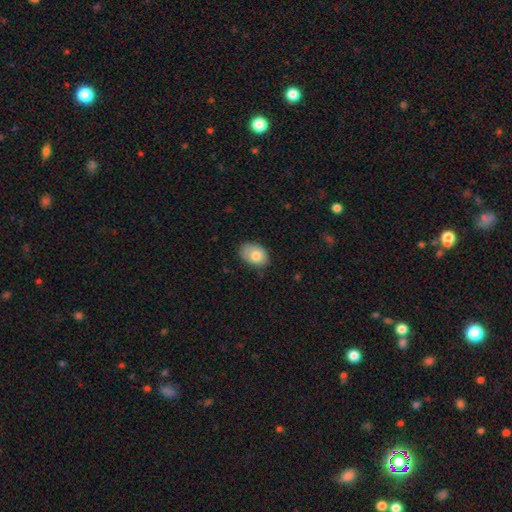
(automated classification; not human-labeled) Smooth or featured? Predicted: smooth (p=0.76). How rounded? Predicted: in between (p=0.78). Merging? Predicted: none (p=0.74).